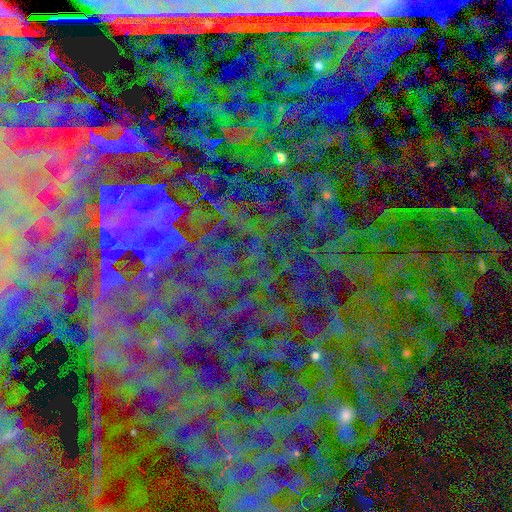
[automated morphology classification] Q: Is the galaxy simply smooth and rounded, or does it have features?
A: star or artifact — 80%.